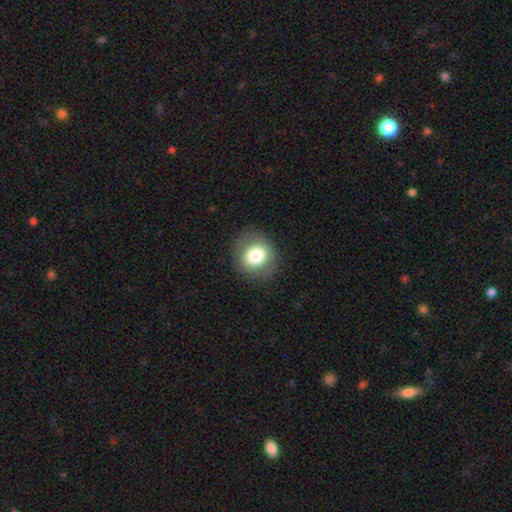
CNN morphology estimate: Smooth or featured: smooth — 75% (featured or disk — 15%)
How rounded: round — 77% (in between — 22%)
Merging: none — 85% (minor disturbance — 10%)